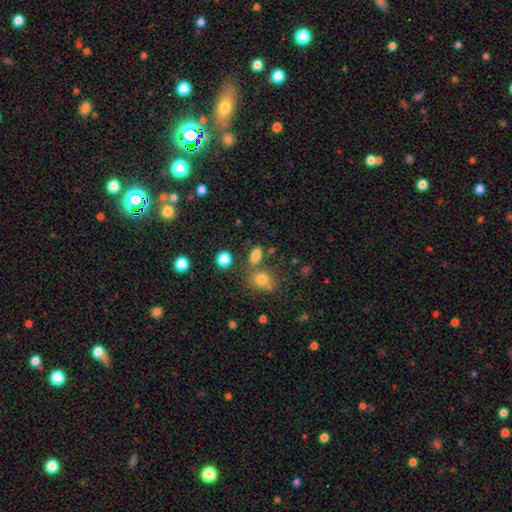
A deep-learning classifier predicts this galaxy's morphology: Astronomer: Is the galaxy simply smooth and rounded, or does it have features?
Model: smooth — 79%.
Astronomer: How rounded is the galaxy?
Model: in between — 78%.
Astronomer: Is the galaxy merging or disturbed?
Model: none — 66%.